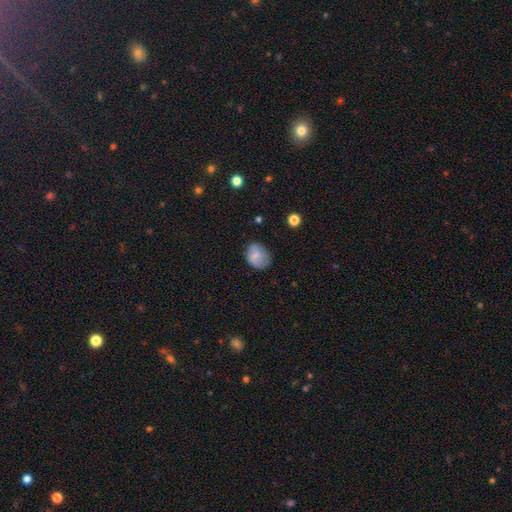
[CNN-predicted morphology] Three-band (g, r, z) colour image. It shows a smooth galaxy with no disk features (74%) that is in between round and cigar-shaped (52%). Merging: none (64%).